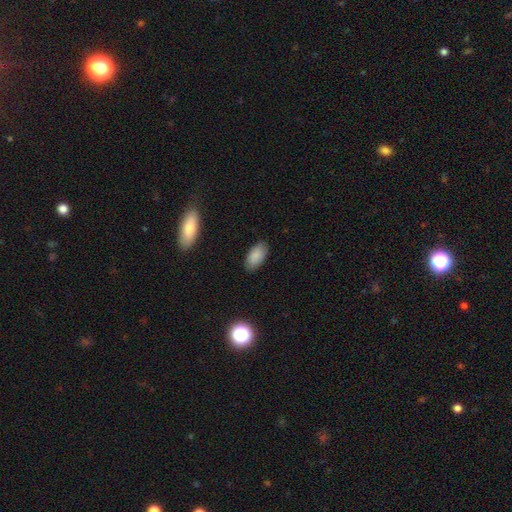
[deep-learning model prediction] The model was most divided on "merging": none: 85%, minor disturbance: 11%, major disturbance: 2%, merger: 1%. More confident: how rounded — in between (94%); smooth or featured — smooth (86%).